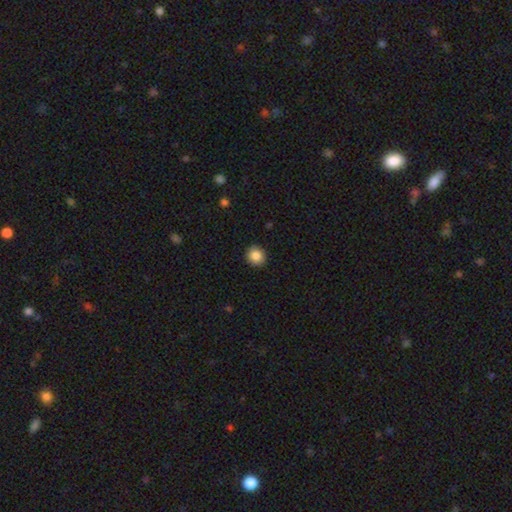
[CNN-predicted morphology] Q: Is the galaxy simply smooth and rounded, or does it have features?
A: smooth — 86%.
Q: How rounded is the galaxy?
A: round — 88%.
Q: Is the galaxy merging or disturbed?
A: none — 91%.